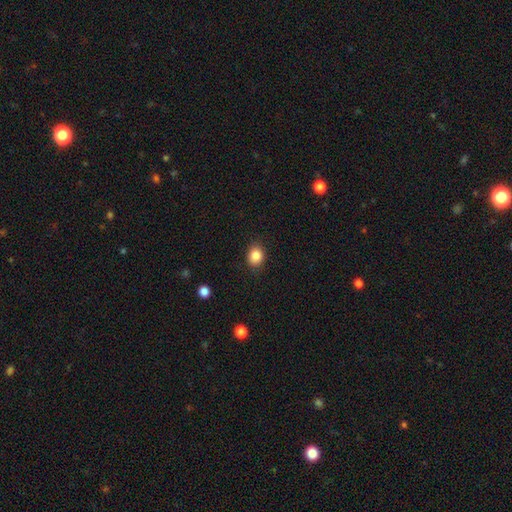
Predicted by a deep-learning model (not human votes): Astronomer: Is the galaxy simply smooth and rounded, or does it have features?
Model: smooth — 86%.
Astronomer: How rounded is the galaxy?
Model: round — 58% (runner-up: in between, 41%).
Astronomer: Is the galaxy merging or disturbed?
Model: none — 87%.